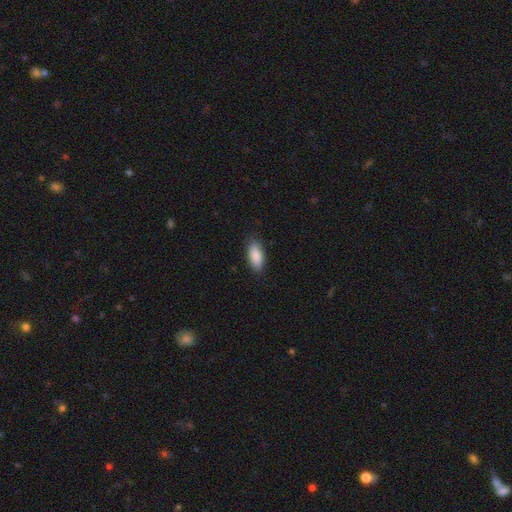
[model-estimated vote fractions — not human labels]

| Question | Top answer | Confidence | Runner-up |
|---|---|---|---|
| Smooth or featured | smooth | 89% | star or artifact (6%) |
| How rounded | in between | 86% | cigar-shaped (12%) |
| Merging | none | 86% | minor disturbance (10%) |